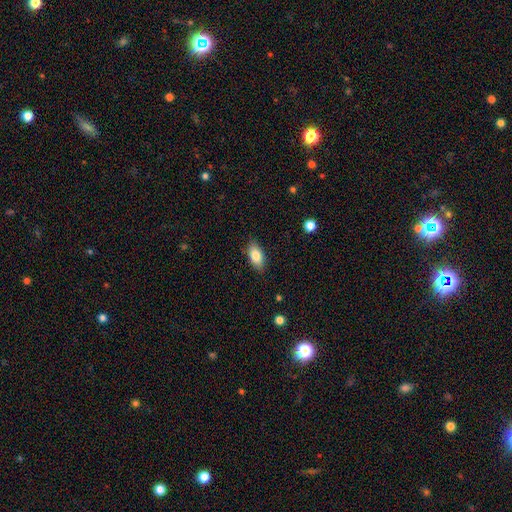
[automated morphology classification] Q: Smooth or featured?
A: smooth (81%); runner-up: featured or disk (12%)
Q: How rounded?
A: in between (90%); runner-up: cigar-shaped (6%)
Q: Merging?
A: none (85%); runner-up: minor disturbance (12%)